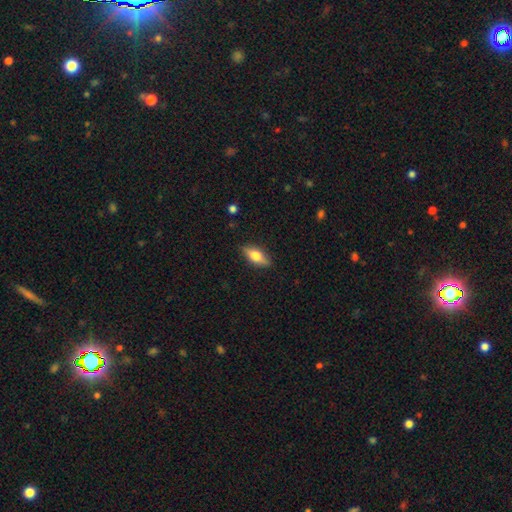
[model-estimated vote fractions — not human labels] Smooth or featured? Predicted: smooth (p=0.61). How rounded? Predicted: in between (p=0.72). Merging? Predicted: none (p=0.86).